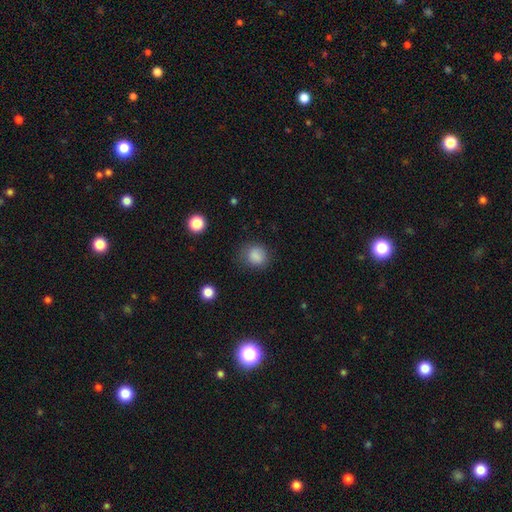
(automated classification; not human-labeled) Morphology: type=smooth (84%); roundness=round (68%); merging=none (73%).